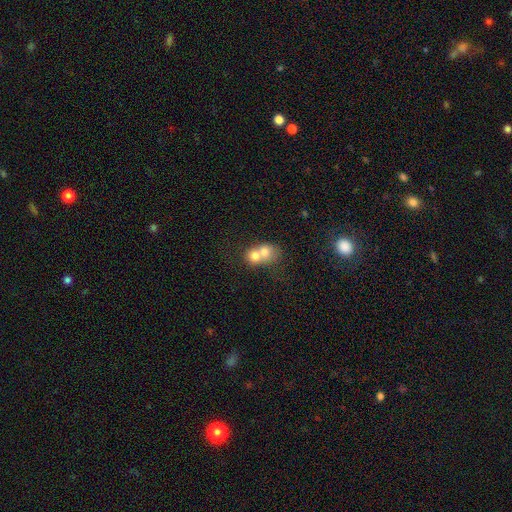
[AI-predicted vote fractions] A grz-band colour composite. It shows a smooth galaxy with no disk features (68%) that is round (66%). Merging: merger (75%).